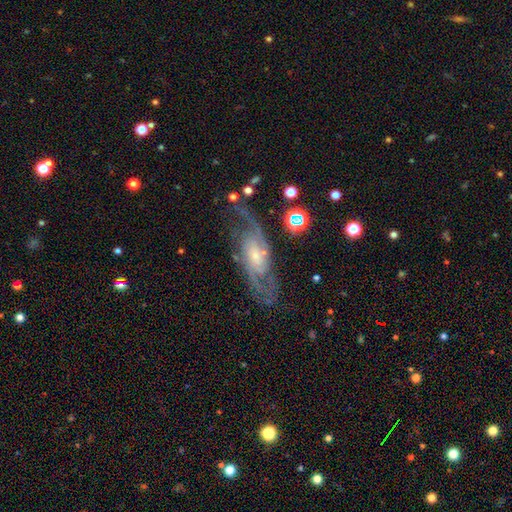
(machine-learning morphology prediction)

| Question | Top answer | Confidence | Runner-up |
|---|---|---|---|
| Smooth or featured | featured or disk | 87% | smooth (7%) |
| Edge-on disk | no | 94% | yes (6%) |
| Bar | no | 50% | weak (39%) |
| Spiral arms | yes | 97% | no (3%) |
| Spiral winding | medium | 51% | tight (28%) |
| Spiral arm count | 2 | 77% | can't tell (9%) |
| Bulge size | small | 58% | moderate (26%) |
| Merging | none | 67% | minor disturbance (17%) |